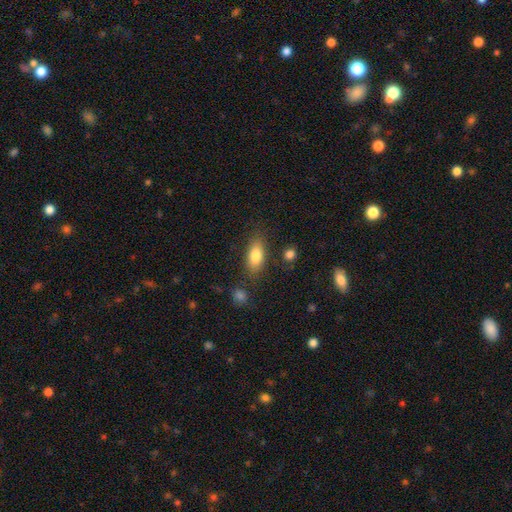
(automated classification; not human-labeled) Q: Smooth or featured?
A: smooth (82%); runner-up: featured or disk (11%)
Q: How rounded?
A: in between (85%); runner-up: cigar-shaped (10%)
Q: Merging?
A: none (78%); runner-up: minor disturbance (14%)